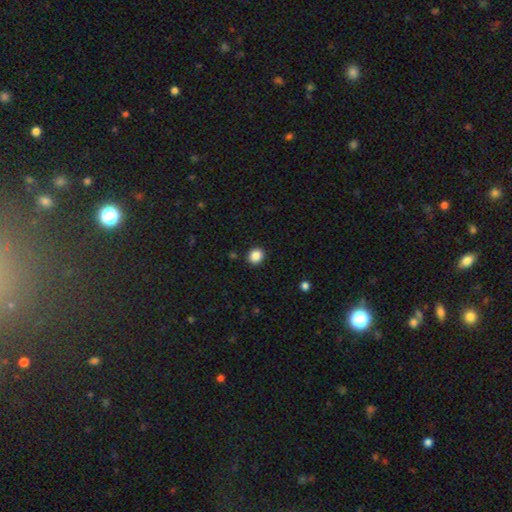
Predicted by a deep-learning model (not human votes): smooth-or-featured: smooth: 86% | star or artifact: 10% | featured or disk: 3%
  how-rounded: round: 79% | in between: 20% | cigar-shaped: 1%
  merging: none: 91% | minor disturbance: 6% | major disturbance: 2% | merger: 1%